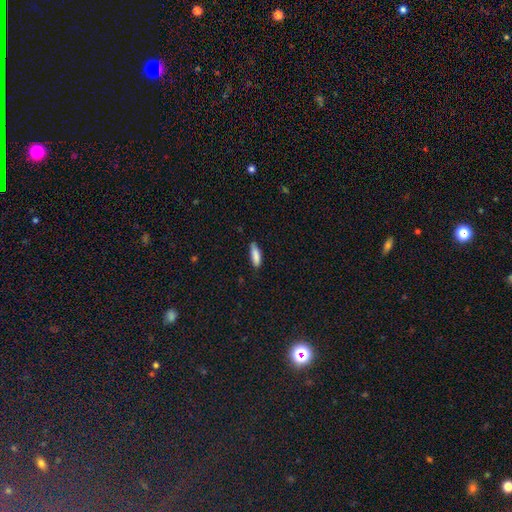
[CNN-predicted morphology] The model was most divided on "how rounded": cigar-shaped: 50%, in between: 49%, round: 2%. More confident: smooth or featured — smooth (87%); merging — none (80%).